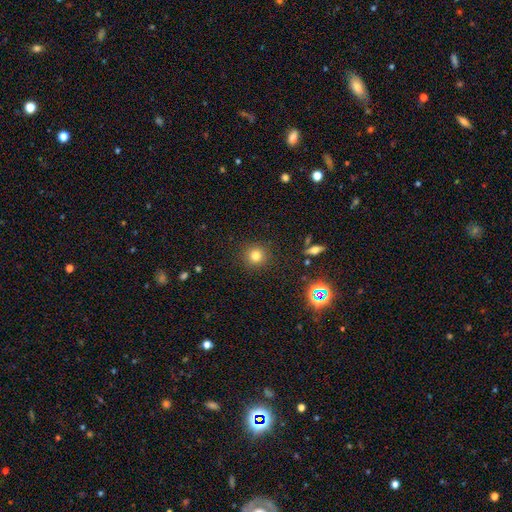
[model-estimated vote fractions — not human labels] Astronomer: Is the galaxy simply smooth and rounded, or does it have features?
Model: smooth — 78%.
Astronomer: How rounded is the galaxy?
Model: round — 93%.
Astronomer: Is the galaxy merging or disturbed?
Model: none — 91%.